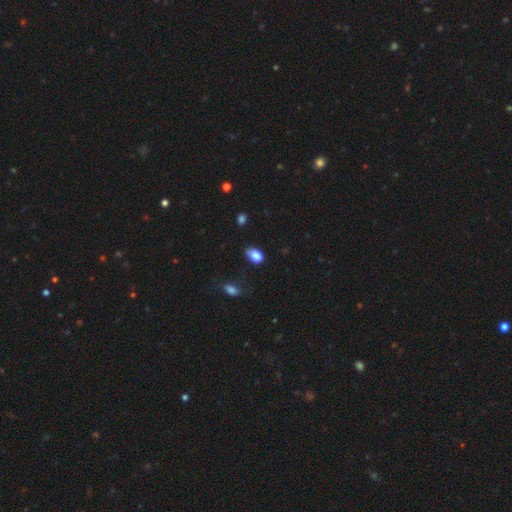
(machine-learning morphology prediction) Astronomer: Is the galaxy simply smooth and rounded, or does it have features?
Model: smooth — 84%.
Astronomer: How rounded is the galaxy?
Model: in between — 83%.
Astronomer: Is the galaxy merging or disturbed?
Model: none — 54% (runner-up: minor disturbance, 34%).